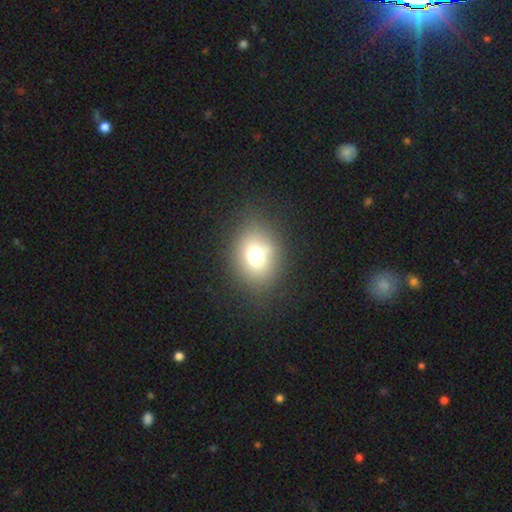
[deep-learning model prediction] smooth 68%, star or artifact 18%, featured or disk 14%. Down the decision tree: how rounded — round (59%); merging — none (79%).